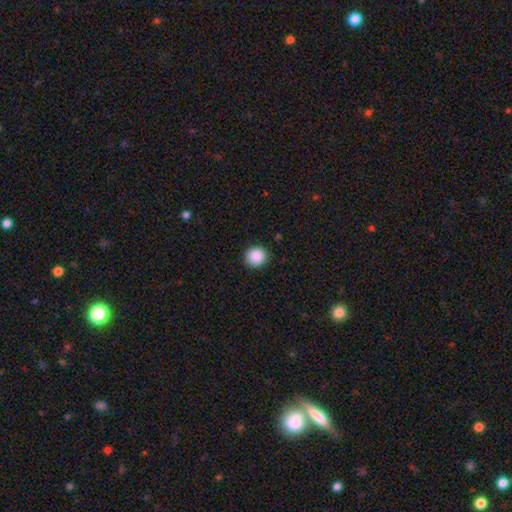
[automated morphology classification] Smooth or featured: smooth — 89% (star or artifact — 9%)
How rounded: round — 91% (in between — 8%)
Merging: none — 90% (minor disturbance — 7%)